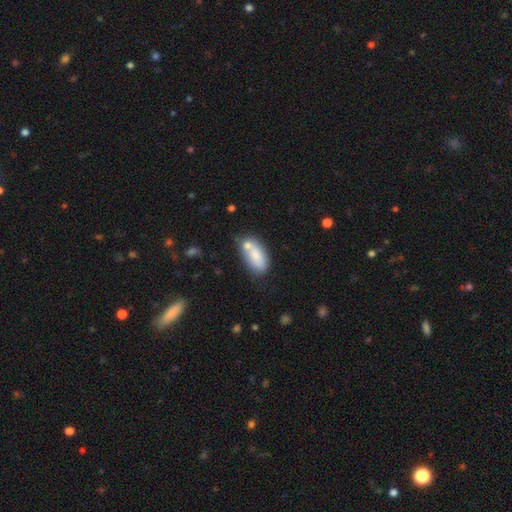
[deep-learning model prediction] Overall: smooth (78%). How rounded: in between (90%). Merging: none (49%; merger 27%).